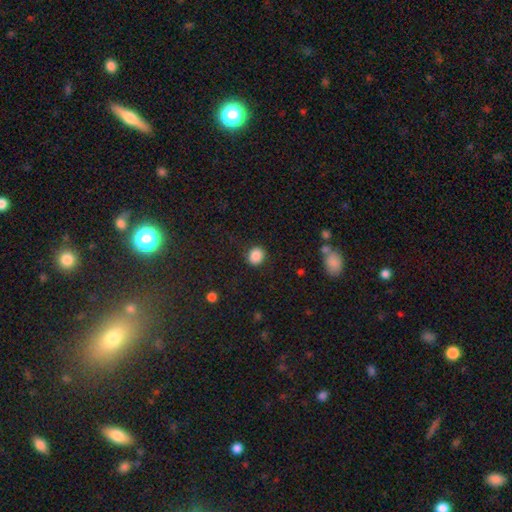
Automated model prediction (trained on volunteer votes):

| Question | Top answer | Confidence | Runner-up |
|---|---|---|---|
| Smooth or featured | smooth | 87% | star or artifact (9%) |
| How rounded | round | 79% | in between (20%) |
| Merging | none | 88% | minor disturbance (8%) |